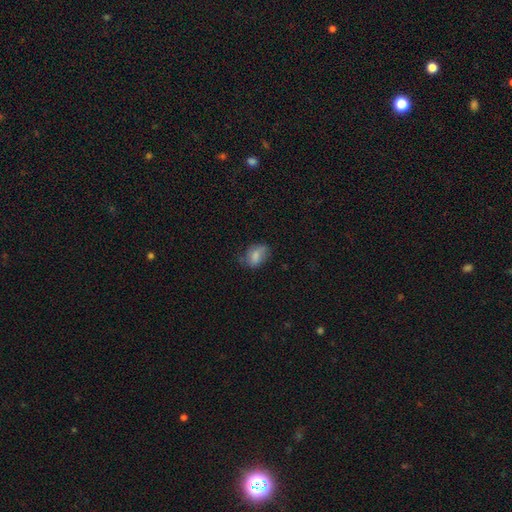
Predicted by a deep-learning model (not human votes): Overall: smooth (73%). How rounded: in between (80%). Merging: none (53%; minor disturbance 33%).